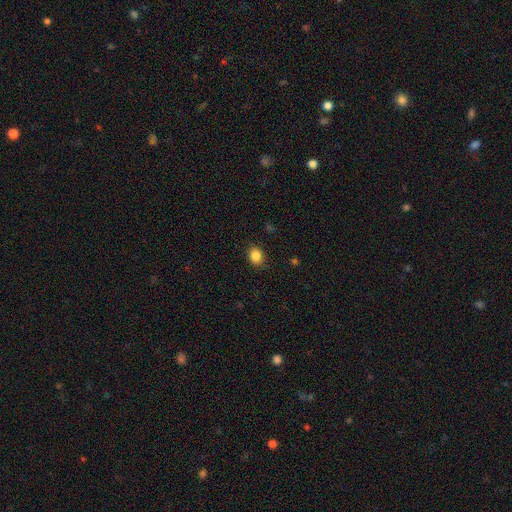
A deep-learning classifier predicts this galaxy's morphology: Overall: smooth (86%). How rounded: round (59%; in between 40%). Merging: none (87%).